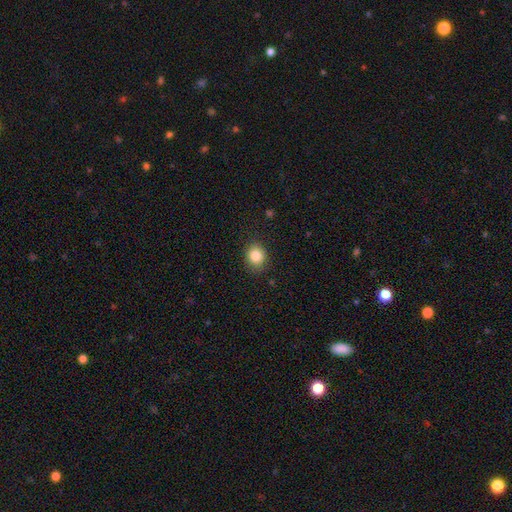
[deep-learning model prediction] The model was most divided on "how rounded": round: 64%, in between: 35%, cigar-shaped: 1%. More confident: smooth or featured — smooth (86%); merging — none (85%).